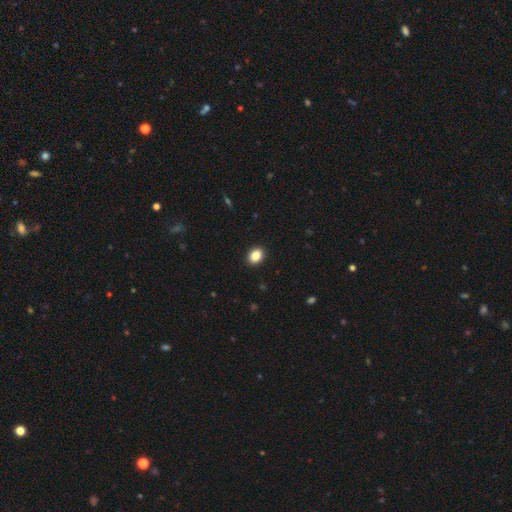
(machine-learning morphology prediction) This appears to be a smooth galaxy with no disk features (86%) that is in between round and cigar-shaped (62%). Merging: none (92%).